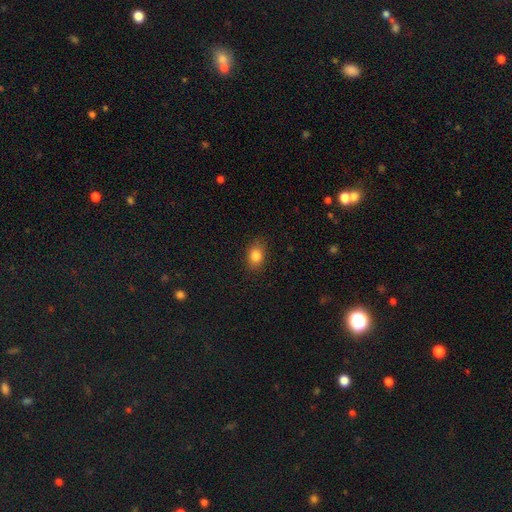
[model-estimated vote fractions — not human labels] smooth_or_featured: smooth (p=0.83) [alt: star or artifact p=0.10]
how_rounded: in between (p=0.73) [alt: round p=0.25]
merging: none (p=0.86) [alt: minor disturbance p=0.11]